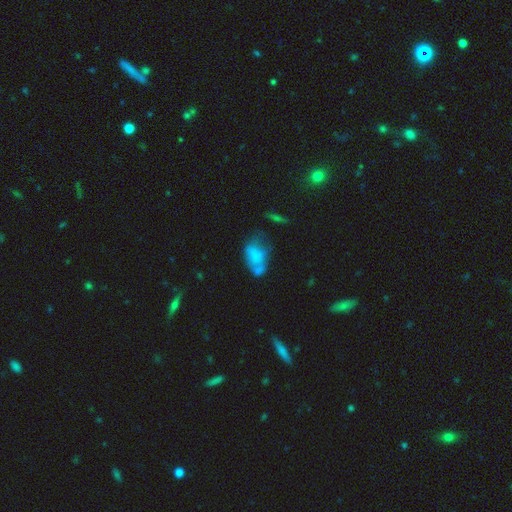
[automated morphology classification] smooth_or_featured: smooth (p=0.53) [alt: featured or disk p=0.37]
how_rounded: in between (p=0.88) [alt: round p=0.09]
merging: none (p=0.28) [alt: major disturbance p=0.26]